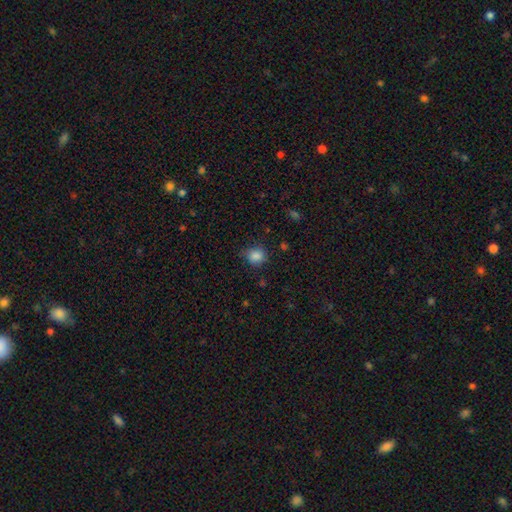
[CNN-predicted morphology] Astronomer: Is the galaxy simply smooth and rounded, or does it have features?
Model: smooth — 85%.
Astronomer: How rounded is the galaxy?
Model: round — 69%.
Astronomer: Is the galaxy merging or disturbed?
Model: none — 70%.